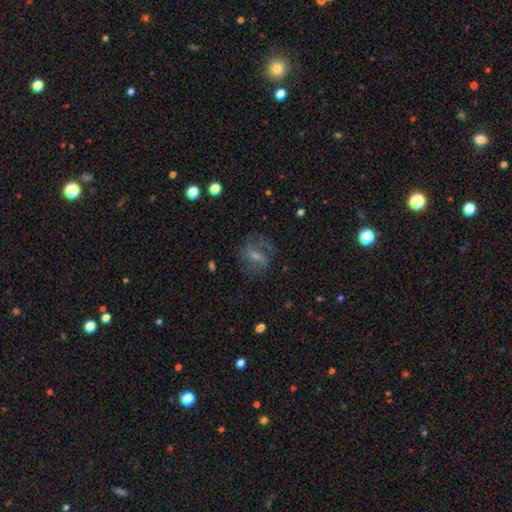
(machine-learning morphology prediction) A featured or disk galaxy (47%).

Vote fractions:
- Smooth or featured? featured or disk: 47% / smooth: 41% / star or artifact: 12%
- Merging? none: 58% / major disturbance: 21% / minor disturbance: 20% / merger: 2%